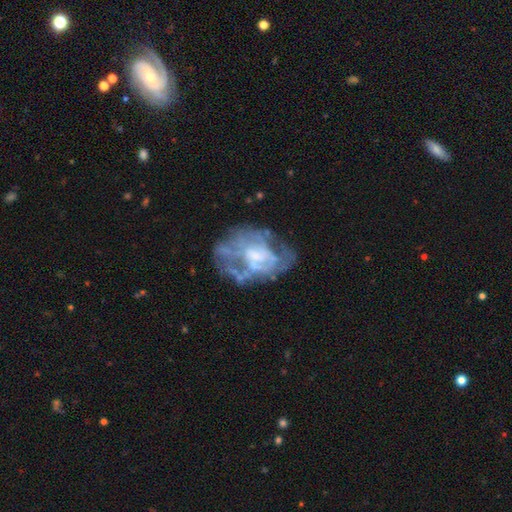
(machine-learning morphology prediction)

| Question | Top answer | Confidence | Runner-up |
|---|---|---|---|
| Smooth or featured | featured or disk | 72% | smooth (19%) |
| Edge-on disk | no | 97% | yes (3%) |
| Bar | no | 70% | weak (24%) |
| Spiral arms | no | 65% | yes (35%) |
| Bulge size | moderate | 36% | small (27%) |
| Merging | none | 45% | major disturbance (26%) |